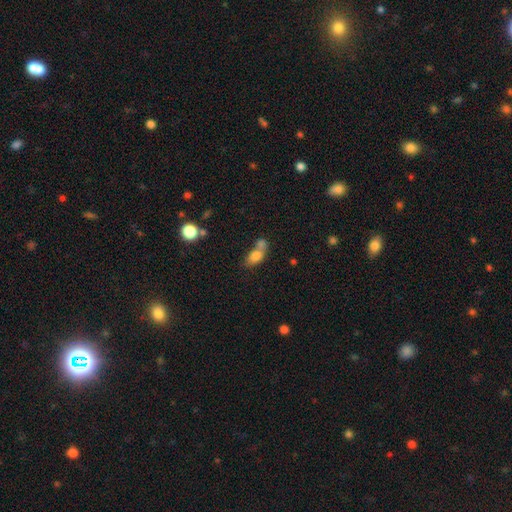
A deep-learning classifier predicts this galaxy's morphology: A smooth galaxy with no disk features (77%) that is in between round and cigar-shaped (76%). Merging: merger (55%).